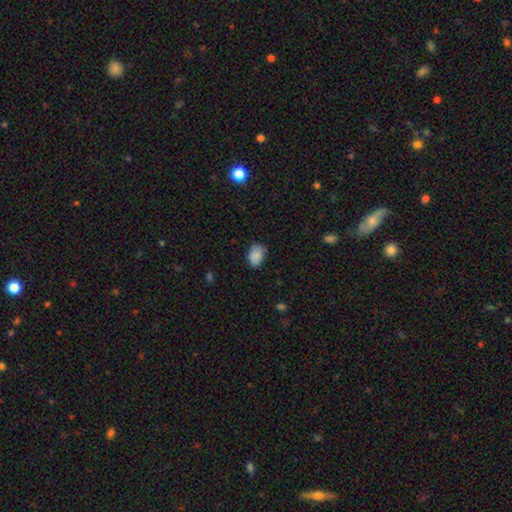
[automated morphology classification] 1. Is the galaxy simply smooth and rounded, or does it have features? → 85% smooth, 8% star or artifact, 7% featured or disk.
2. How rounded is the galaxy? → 76% in between, 23% round, 1% cigar-shaped.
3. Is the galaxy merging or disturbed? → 71% none, 23% minor disturbance, 4% major disturbance, 1% merger.